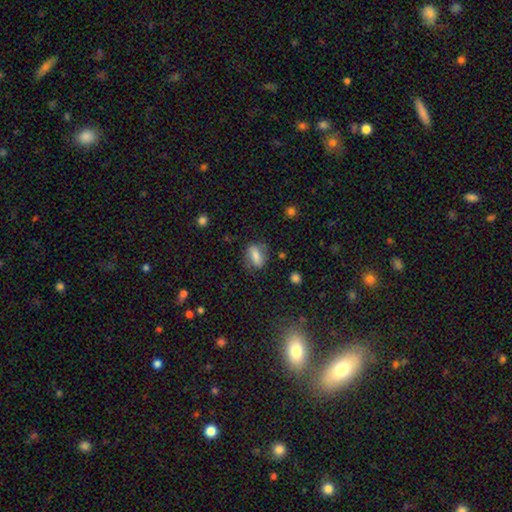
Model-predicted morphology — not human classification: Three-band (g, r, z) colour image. It shows a smooth galaxy with no disk features (68%) that is in between round and cigar-shaped (72%). Merging: none (73%).